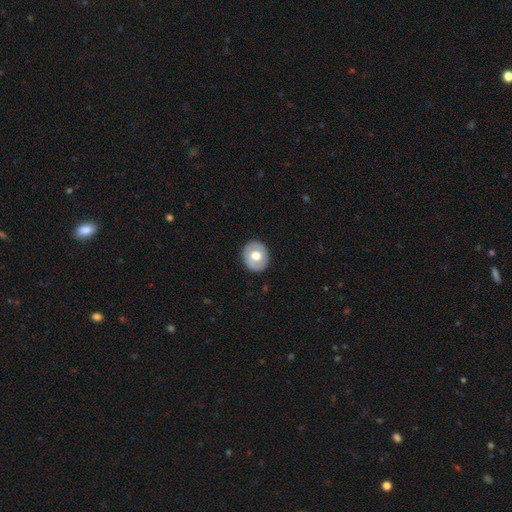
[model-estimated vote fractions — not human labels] Smooth or featured? smooth (57%)
How rounded? round (75%)
Merging? none (87%)